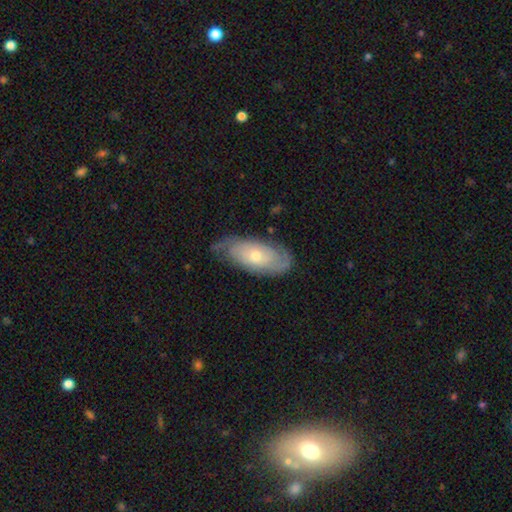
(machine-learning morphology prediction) smooth_or_featured: featured or disk (p=0.66) [alt: smooth p=0.28]
disk_edge_on: no (p=0.89) [alt: yes p=0.11]
bar: no (p=0.79) [alt: weak p=0.17]
has_spiral_arms: yes (p=0.83) [alt: no p=0.17]
bulge_size: moderate (p=0.49) [alt: small p=0.47]
merging: none (p=0.69) [alt: minor disturbance p=0.23]